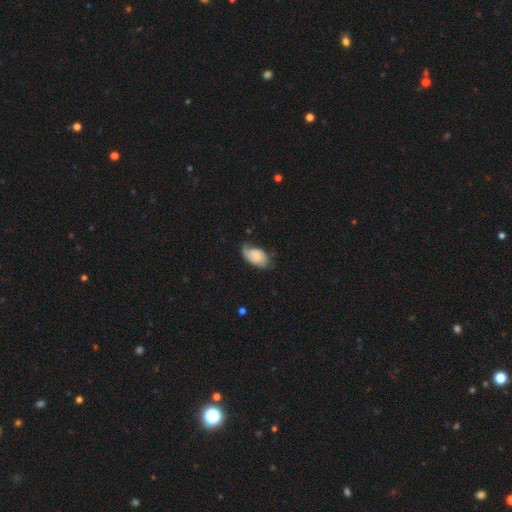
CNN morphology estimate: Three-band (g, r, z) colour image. It shows a smooth galaxy with no disk features (55%) that is in between round and cigar-shaped (93%). Merging: none (51%).